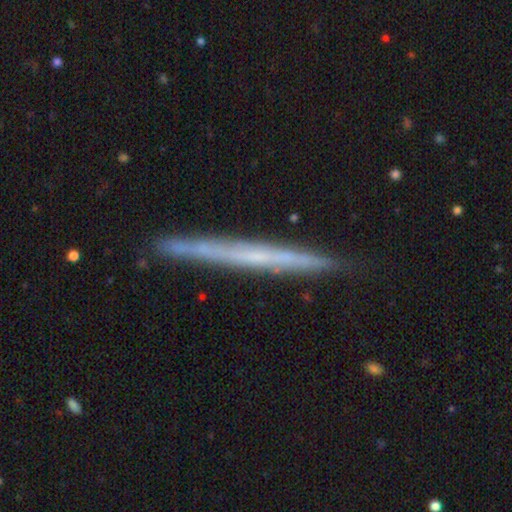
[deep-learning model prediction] Smooth or featured? featured or disk (61%)
Edge-on disk? yes (96%)
Edge-on bulge? none (86%)
Merging? none (88%)